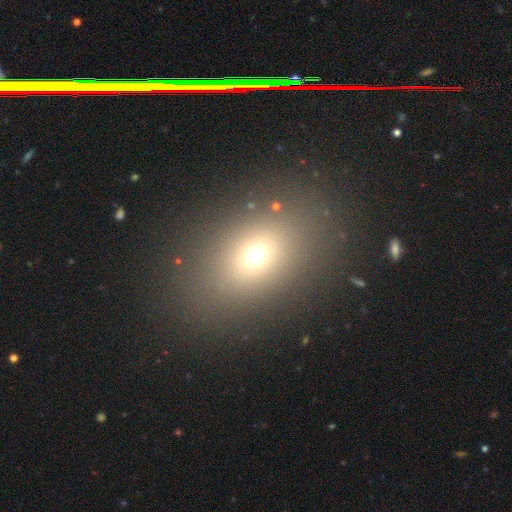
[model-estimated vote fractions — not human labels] Q: Smooth or featured?
A: smooth (67%); runner-up: star or artifact (20%)
Q: How rounded?
A: in between (67%); runner-up: round (31%)
Q: Merging?
A: none (83%); runner-up: minor disturbance (9%)